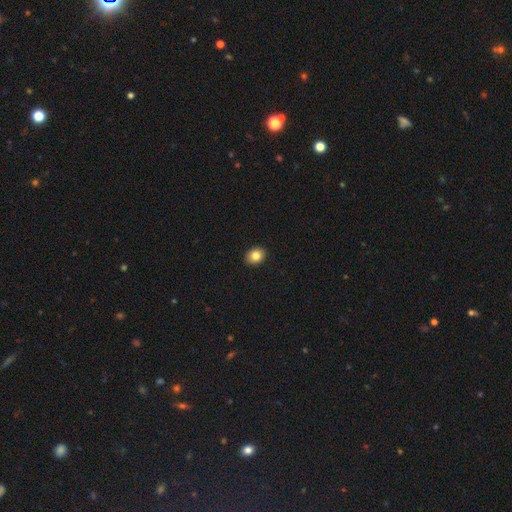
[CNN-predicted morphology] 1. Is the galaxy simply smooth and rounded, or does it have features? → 83% smooth, 9% star or artifact, 7% featured or disk.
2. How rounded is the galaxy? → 50% round, 49% in between, 1% cigar-shaped.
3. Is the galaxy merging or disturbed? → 91% none, 7% minor disturbance, 2% major disturbance, 1% merger.